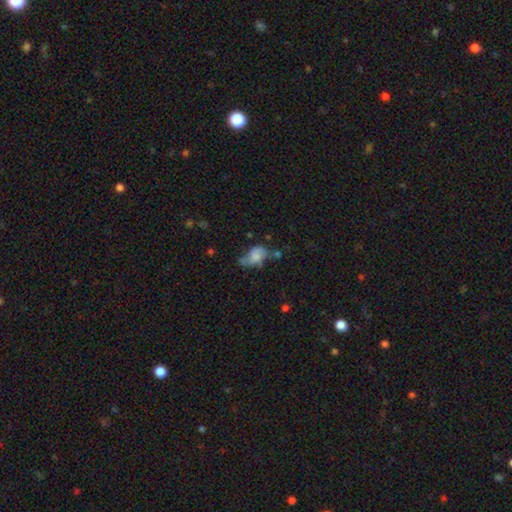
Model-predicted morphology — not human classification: smooth-or-featured: smooth: 54% | featured or disk: 35% | star or artifact: 11%
  how-rounded: in between: 82% | round: 16% | cigar-shaped: 2%
  merging: none: 30% (tied) | minor disturbance: 30% (tied) | major disturbance: 27% | merger: 12%